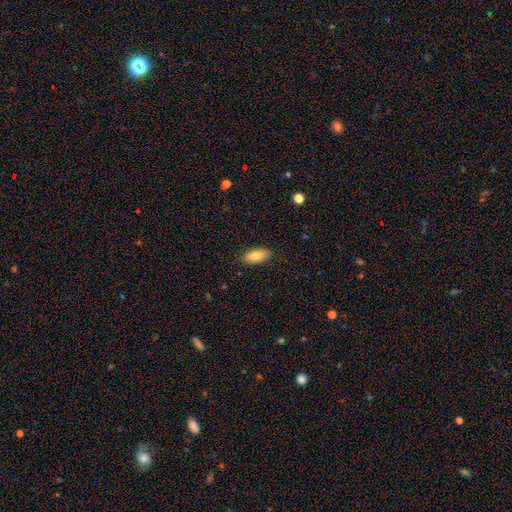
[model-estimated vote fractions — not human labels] The model was most divided on "smooth or featured": smooth: 82%, featured or disk: 12%, star or artifact: 7%. More confident: merging — none (87%); how rounded — in between (86%).